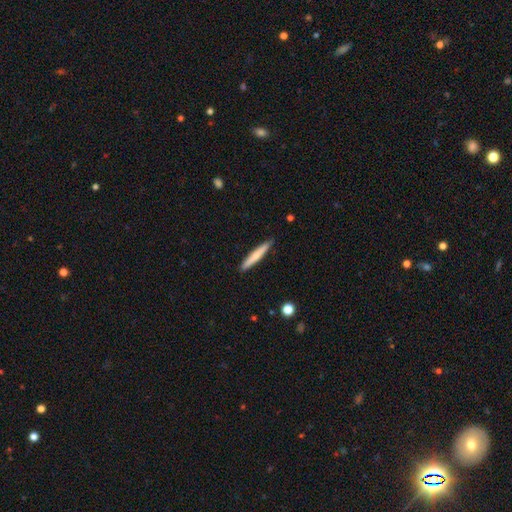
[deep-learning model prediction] Morphology: type=smooth (65%); roundness=cigar-shaped (95%); merging=none (90%).